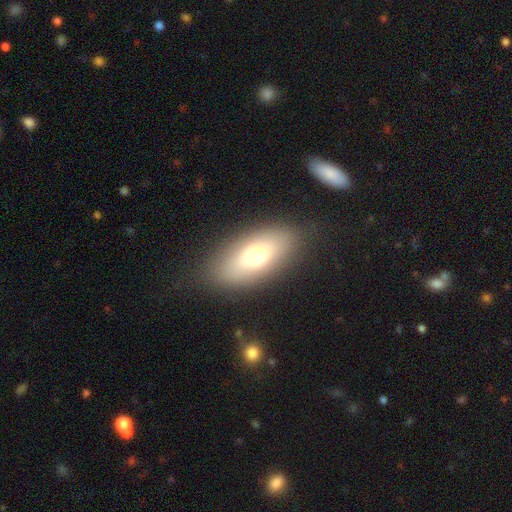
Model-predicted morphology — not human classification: Smooth or featured? smooth (68%)
How rounded? in between (85%)
Merging? none (83%)